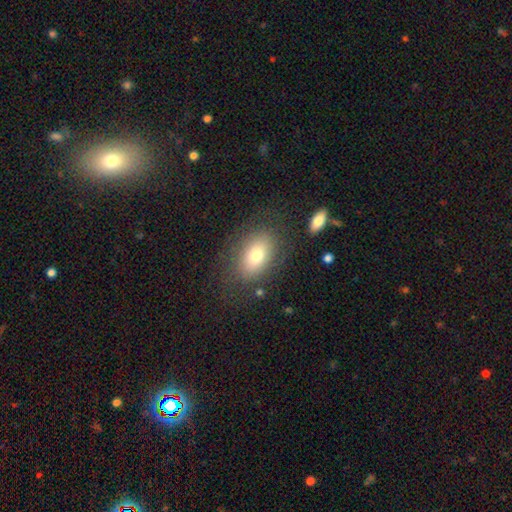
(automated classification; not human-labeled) This is likely a smooth galaxy (72%). How rounded: clearly in between (81%). Merging: likely none (76%).